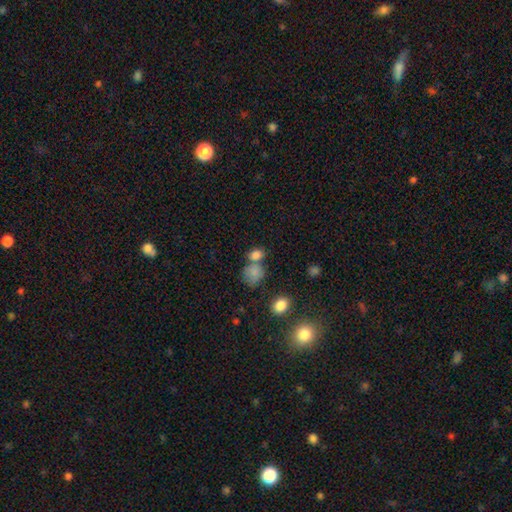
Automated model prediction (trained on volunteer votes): smooth 81%, star or artifact 12%, featured or disk 7%. Down the decision tree: how rounded — round (51%); merging — none (45%).